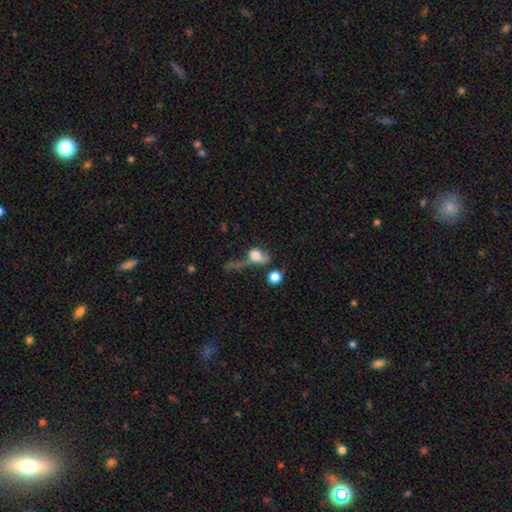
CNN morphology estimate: smooth_or_featured: smooth (p=0.64) [alt: featured or disk p=0.23]
how_rounded: in between (p=0.60) [alt: round p=0.34]
merging: major disturbance (p=0.42) [alt: merger p=0.26]